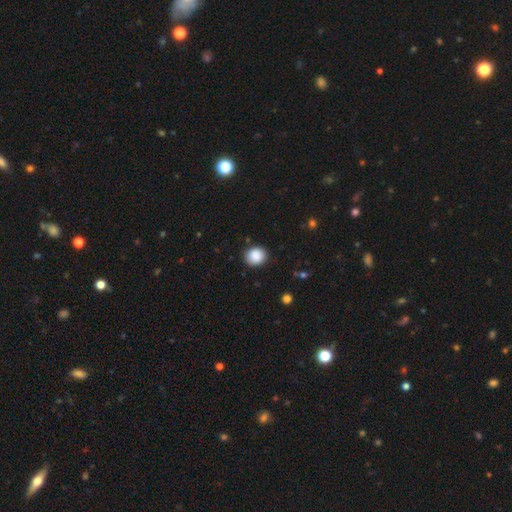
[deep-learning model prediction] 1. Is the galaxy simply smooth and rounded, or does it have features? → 89% smooth, 8% star or artifact, 3% featured or disk.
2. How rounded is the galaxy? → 78% round, 22% in between, 1% cigar-shaped.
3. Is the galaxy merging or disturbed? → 88% none, 8% minor disturbance, 2% major disturbance, 1% merger.